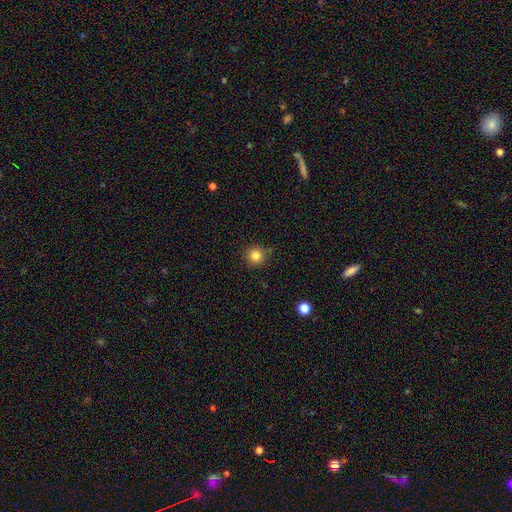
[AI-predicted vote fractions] A smooth galaxy with no disk features (82%) that is round (94%). Merging: none (86%).